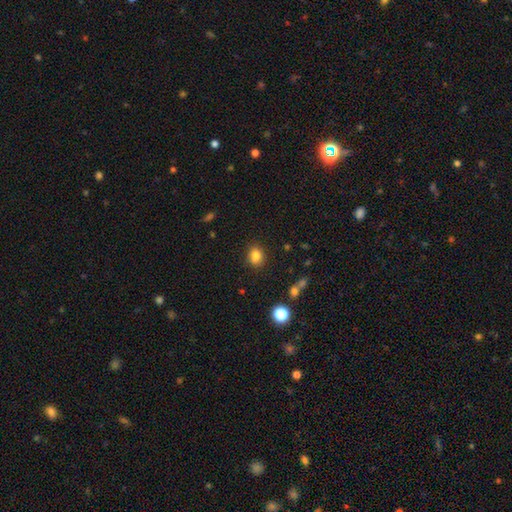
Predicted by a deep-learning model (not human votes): A smooth galaxy with no disk features (82%) that is round (54%).

Vote fractions:
- Smooth or featured? smooth: 82% / star or artifact: 12% / featured or disk: 6%
- How rounded? round: 54% / in between: 45% / cigar-shaped: 1%
- Merging? none: 85% / minor disturbance: 10% / major disturbance: 3% / merger: 2%